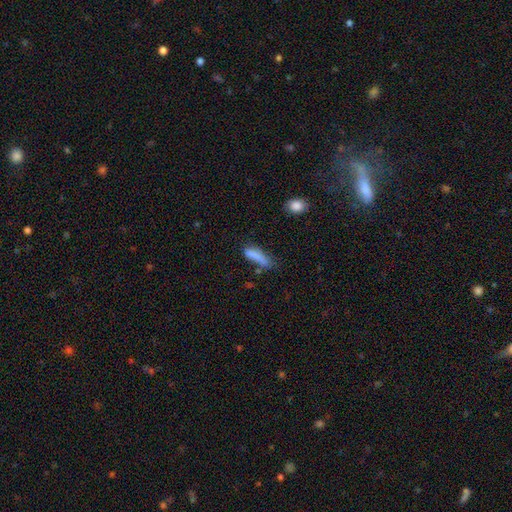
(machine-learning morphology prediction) Smooth or featured?
  - smooth: 80% *
  - featured or disk: 11%
  - star or artifact: 9%
How rounded?
  - cigar-shaped: 61% *
  - in between: 37%
  - round: 2%
Merging?
  - none: 47% *
  - minor disturbance: 30%
  - major disturbance: 14%
  - merger: 9%